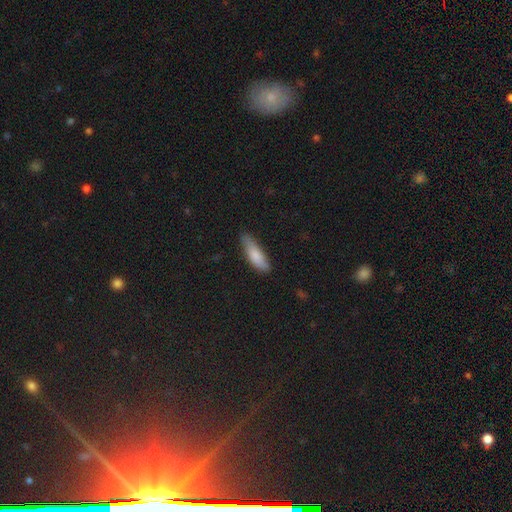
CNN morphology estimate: Smooth or featured? smooth (80%)
How rounded? cigar-shaped (54%)
Merging? none (74%)